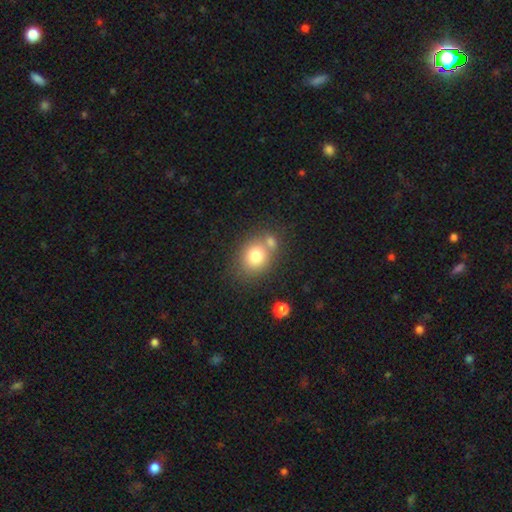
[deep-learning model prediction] smooth_or_featured: smooth (p=0.76) [alt: featured or disk p=0.13]
how_rounded: round (p=0.60) [alt: in between p=0.39]
merging: none (p=0.53) [alt: merger p=0.31]